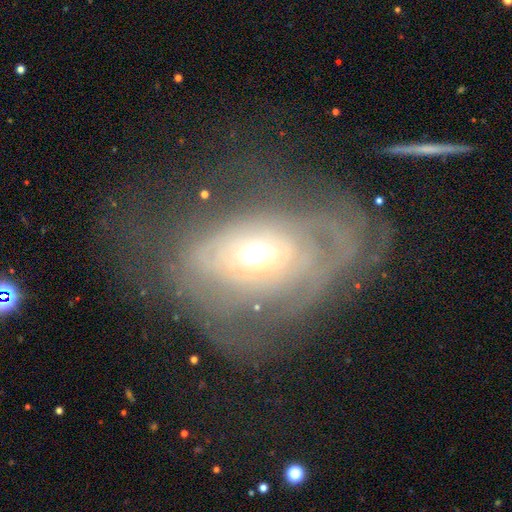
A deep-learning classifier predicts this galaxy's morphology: This appears to be a featured or disk galaxy (70%) with no bar (74%), spiral arms (60%) and a moderate central bulge (64%). Merging: none (39%).